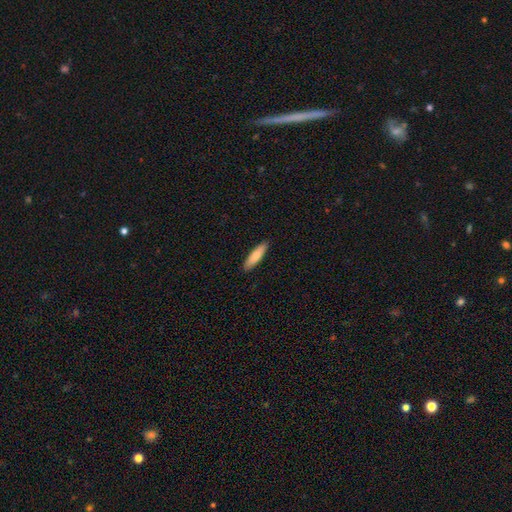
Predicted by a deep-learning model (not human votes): smooth_or_featured: smooth (p=0.79) [alt: featured or disk p=0.16]
how_rounded: cigar-shaped (p=0.72) [alt: in between p=0.26]
merging: none (p=0.90) [alt: minor disturbance p=0.07]